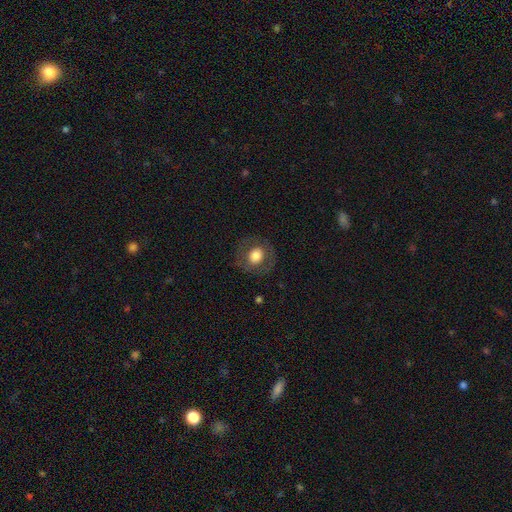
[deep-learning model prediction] A smooth galaxy with no disk features (68%) that is round (81%).

Vote fractions:
- Smooth or featured? smooth: 68% / featured or disk: 24% / star or artifact: 8%
- How rounded? round: 81% / in between: 18% / cigar-shaped: 1%
- Merging? none: 81% / minor disturbance: 11% / major disturbance: 7% / merger: 1%